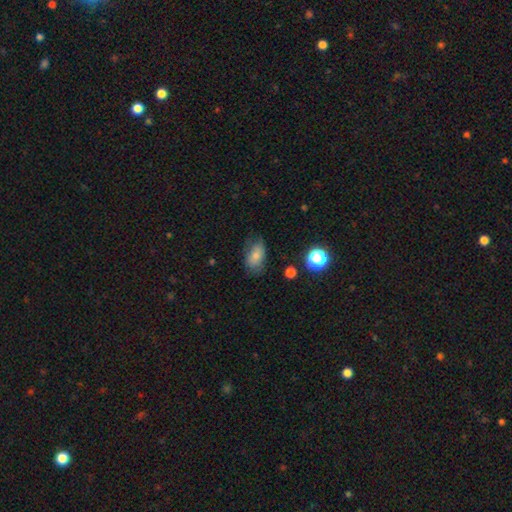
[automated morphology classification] smooth 76%, featured or disk 14%, star or artifact 10%. Down the decision tree: how rounded — in between (88%); merging — none (64%).